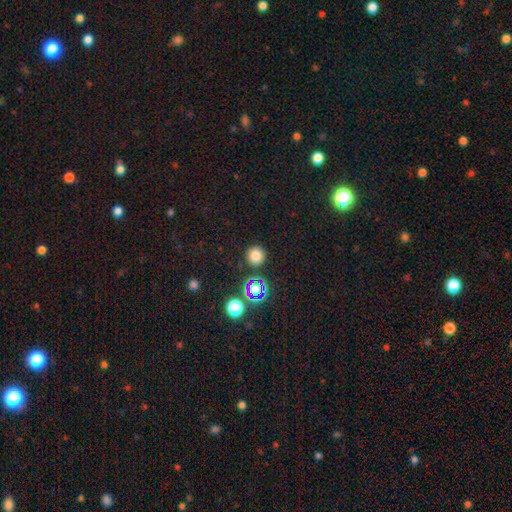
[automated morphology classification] Smooth or featured?
  - smooth: 74% *
  - star or artifact: 20%
  - featured or disk: 6%
How rounded?
  - round: 93% *
  - in between: 6%
  - cigar-shaped: 1%
Merging?
  - none: 88% *
  - minor disturbance: 7%
  - merger: 3%
  - major disturbance: 3%